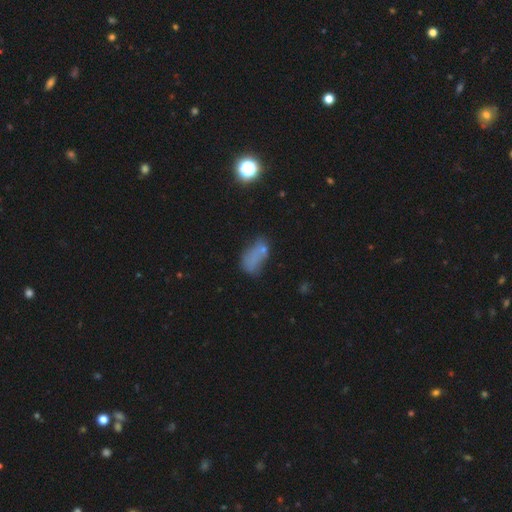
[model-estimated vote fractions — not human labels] smooth 57%, star or artifact 23%, featured or disk 20%. Down the decision tree: how rounded — in between (80%); merging — none (37%).